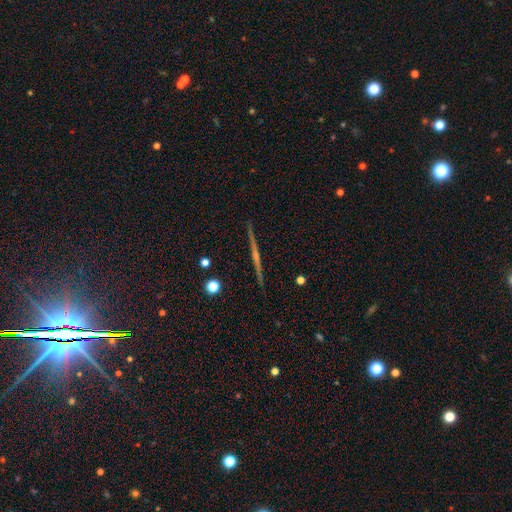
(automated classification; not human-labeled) Overall: star or artifact (43%; featured or disk 41%).